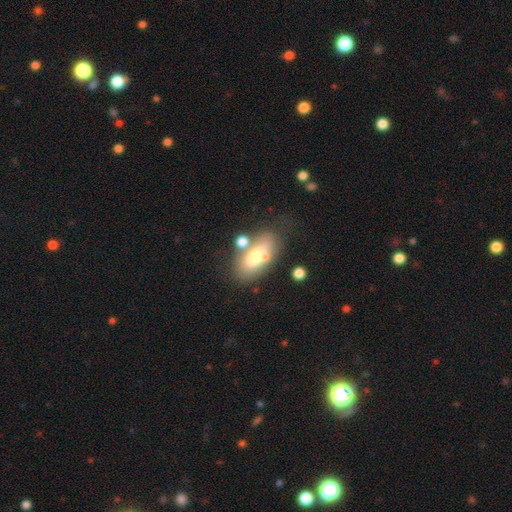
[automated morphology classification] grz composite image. It shows a smooth galaxy with no disk features (61%) that is in between round and cigar-shaped (85%). Merging: none (53%).